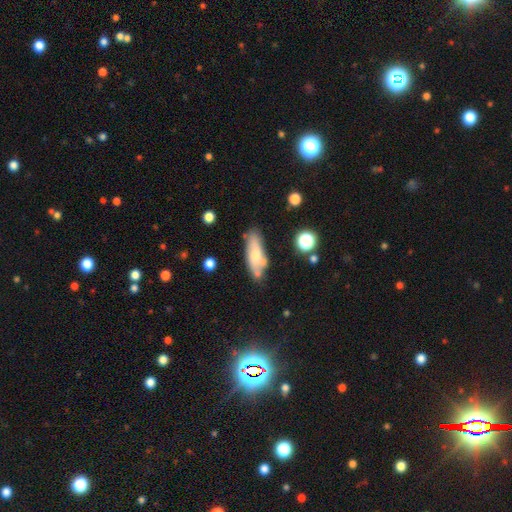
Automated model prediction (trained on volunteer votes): Smooth or featured? smooth (56%)
How rounded? in between (66%)
Merging? none (59%)